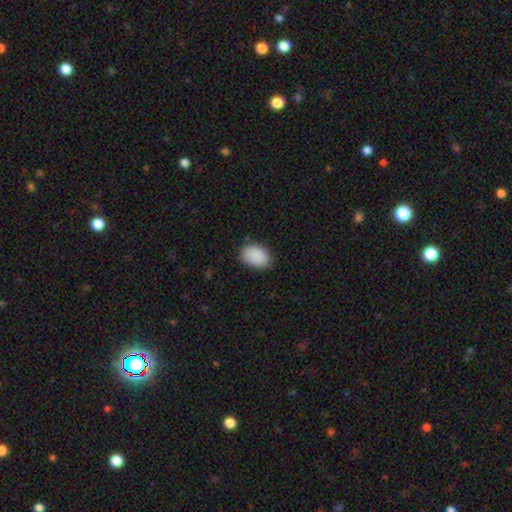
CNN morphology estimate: Smooth or featured? smooth (90%)
How rounded? in between (85%)
Merging? none (81%)